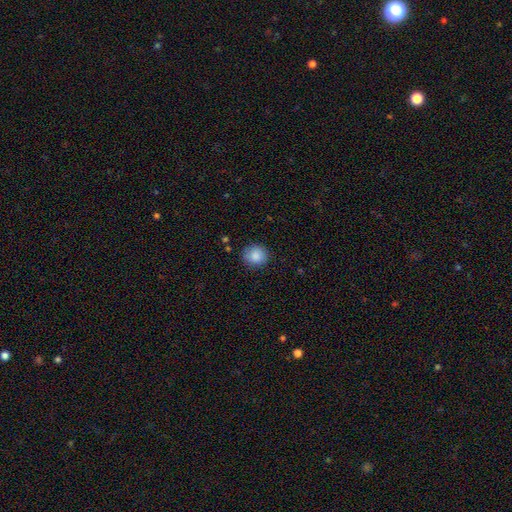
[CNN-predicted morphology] smooth_or_featured: smooth (p=0.87) [alt: star or artifact p=0.08]
how_rounded: round (p=0.86) [alt: in between p=0.13]
merging: none (p=0.85) [alt: minor disturbance p=0.11]